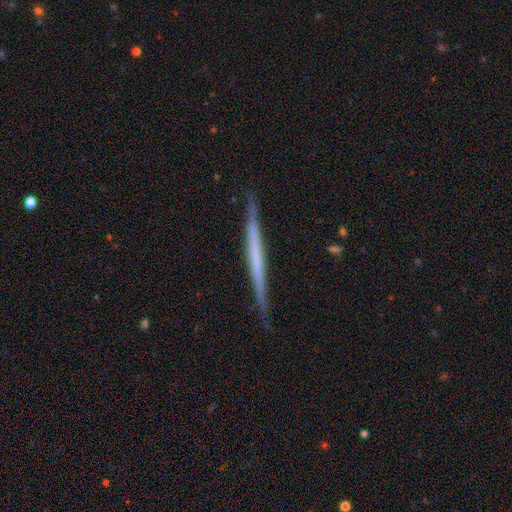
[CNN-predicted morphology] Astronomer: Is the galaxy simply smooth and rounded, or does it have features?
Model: featured or disk — 59% (runner-up: smooth, 36%).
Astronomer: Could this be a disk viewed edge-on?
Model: yes — 97%.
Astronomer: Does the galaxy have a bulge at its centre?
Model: none — 89%.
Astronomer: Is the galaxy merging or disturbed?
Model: none — 89%.